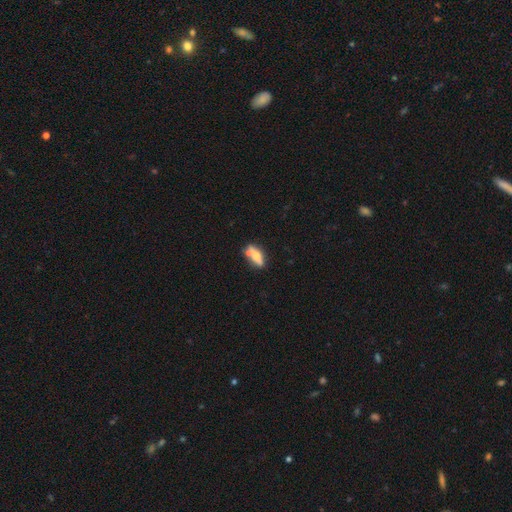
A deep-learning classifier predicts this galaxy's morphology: smooth_or_featured: smooth (p=0.52) [alt: featured or disk p=0.41]
how_rounded: in between (p=0.65) [alt: cigar-shaped p=0.31]
merging: none (p=0.54) [alt: merger p=0.23]